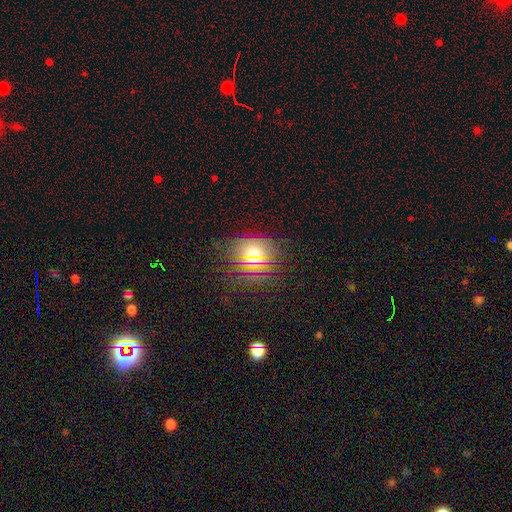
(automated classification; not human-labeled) Smooth or featured? Predicted: smooth (p=0.56). How rounded? Predicted: round (p=0.83). Merging? Predicted: none (p=0.72).